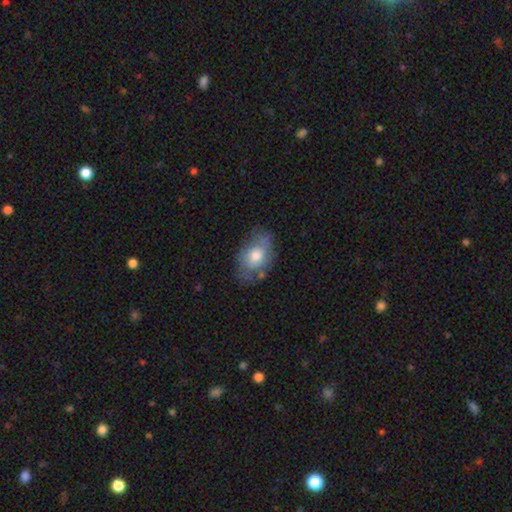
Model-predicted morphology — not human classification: Smooth or featured? Predicted: smooth (p=0.64). How rounded? Predicted: in between (p=0.82). Merging? Predicted: none (p=0.58).